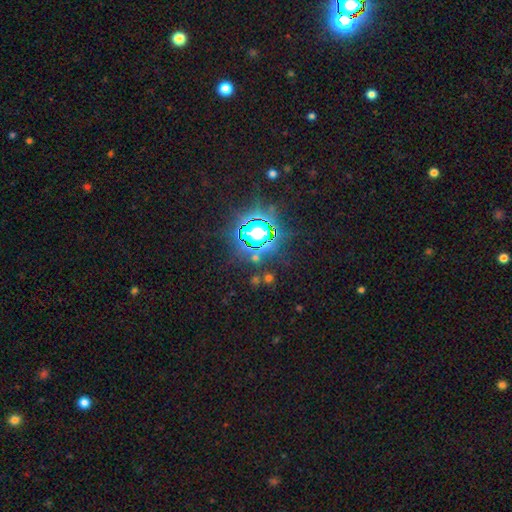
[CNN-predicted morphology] Overall: star or artifact (75%).